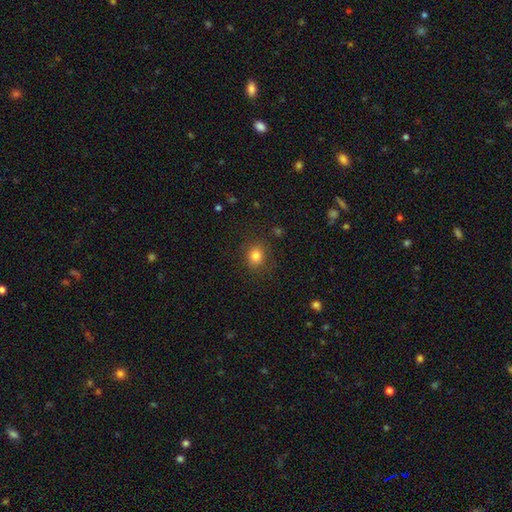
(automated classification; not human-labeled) Smooth or featured?
  - smooth: 81% *
  - star or artifact: 12%
  - featured or disk: 6%
How rounded?
  - round: 70% *
  - in between: 29%
  - cigar-shaped: 1%
Merging?
  - none: 85% *
  - minor disturbance: 10%
  - major disturbance: 4%
  - merger: 1%